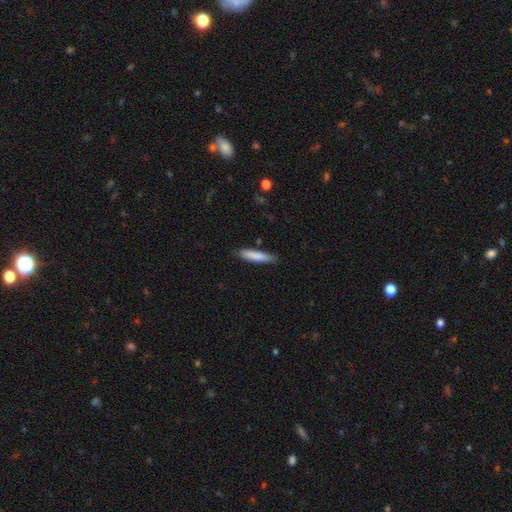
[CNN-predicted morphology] type=smooth (82%); roundness=cigar-shaped (85%); merging=none (82%).